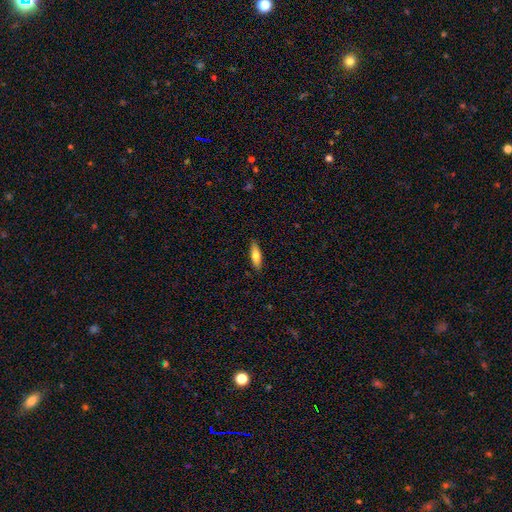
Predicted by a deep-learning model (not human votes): A smooth galaxy with no disk features (72%) that is cigar-shaped (52%).

Vote fractions:
- Smooth or featured? smooth: 72% / featured or disk: 22% / star or artifact: 6%
- How rounded? cigar-shaped: 52% / in between: 46% / round: 2%
- Merging? none: 87% / minor disturbance: 10% / major disturbance: 2% / merger: 1%